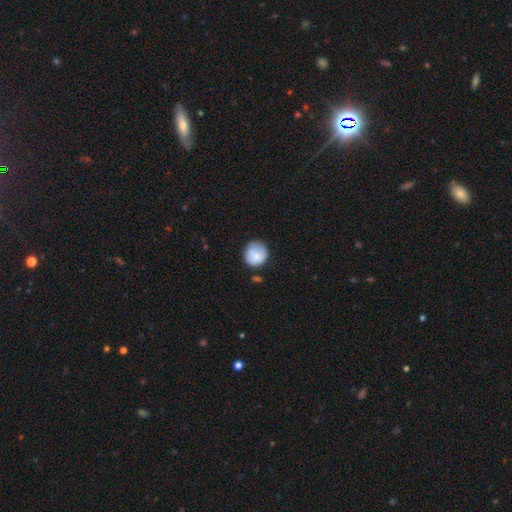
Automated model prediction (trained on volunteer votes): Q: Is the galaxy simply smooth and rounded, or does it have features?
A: smooth — 81%.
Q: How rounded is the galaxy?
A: round — 85%.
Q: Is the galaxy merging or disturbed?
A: none — 69%.